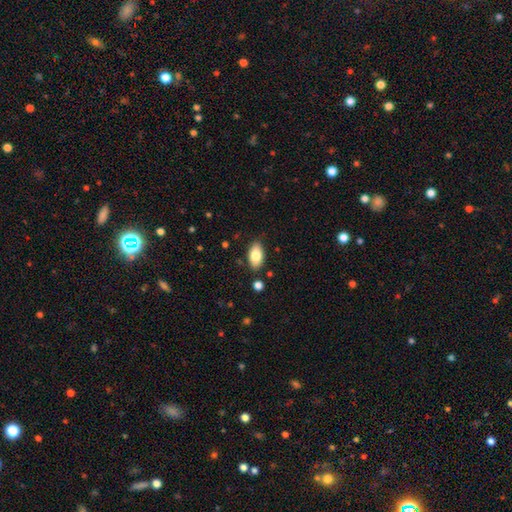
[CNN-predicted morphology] type=smooth (83%); roundness=in between (94%); merging=none (85%).